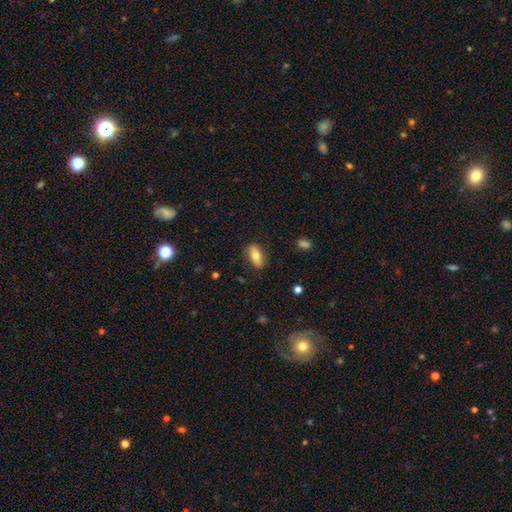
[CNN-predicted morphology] smooth-or-featured: smooth: 72% | featured or disk: 22% | star or artifact: 7%
  how-rounded: in between: 80% | cigar-shaped: 16% | round: 5%
  merging: none: 84% | minor disturbance: 12% | major disturbance: 3% | merger: 1%